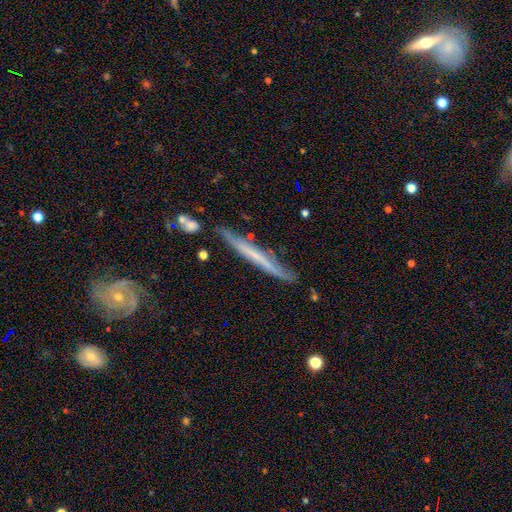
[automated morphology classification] Smooth or featured? Predicted: featured or disk (p=0.60). Edge-on disk? Predicted: yes (p=0.89). Edge-on bulge? Predicted: none (p=0.85). Merging? Predicted: none (p=0.75).